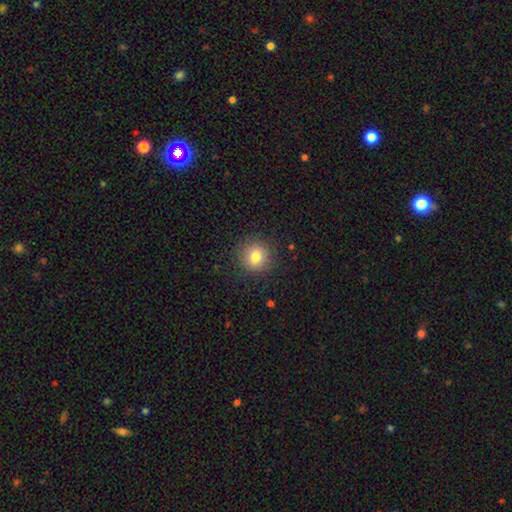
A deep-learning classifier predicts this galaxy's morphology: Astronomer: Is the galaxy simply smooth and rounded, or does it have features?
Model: smooth — 80%.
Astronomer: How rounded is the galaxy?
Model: round — 89%.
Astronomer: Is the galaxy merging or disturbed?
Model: none — 87%.